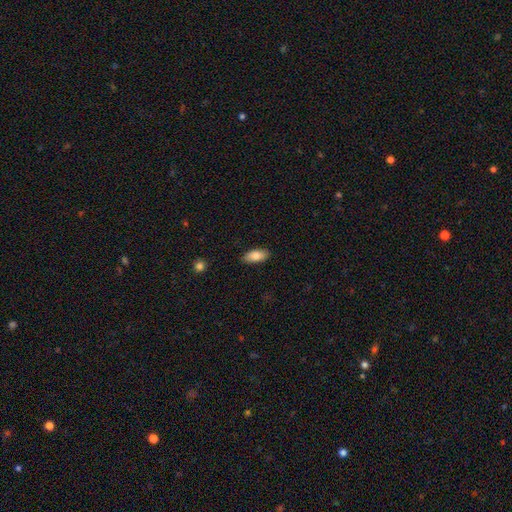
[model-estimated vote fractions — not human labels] Q: Smooth or featured?
A: smooth (84%); runner-up: featured or disk (9%)
Q: How rounded?
A: in between (89%); runner-up: cigar-shaped (9%)
Q: Merging?
A: none (87%); runner-up: minor disturbance (10%)